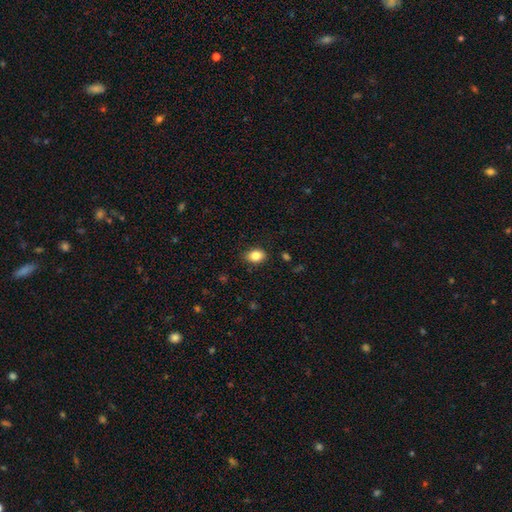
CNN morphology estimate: Smooth or featured: smooth — 85% (star or artifact — 9%)
How rounded: in between — 77% (round — 22%)
Merging: none — 85% (minor disturbance — 11%)